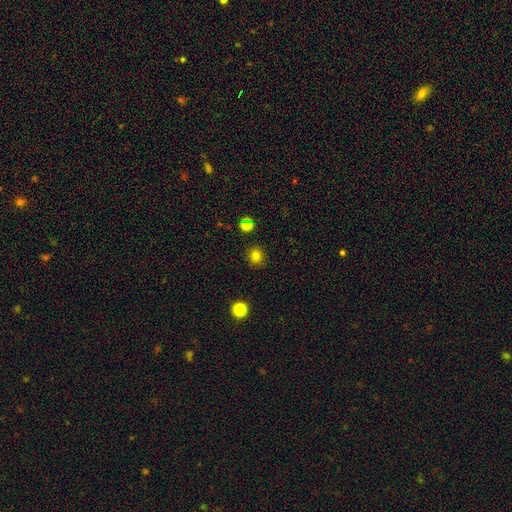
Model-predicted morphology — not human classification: Smooth or featured? Predicted: smooth (p=0.79). How rounded? Predicted: round (p=0.84). Merging? Predicted: none (p=0.88).